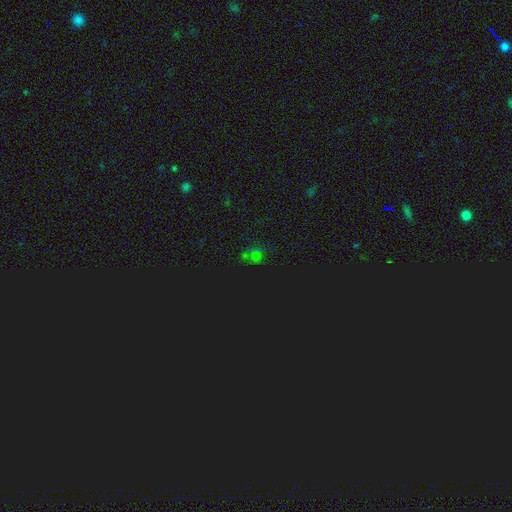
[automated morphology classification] Smooth or featured?
  - star or artifact: 56% *
  - smooth: 31%
  - featured or disk: 13%